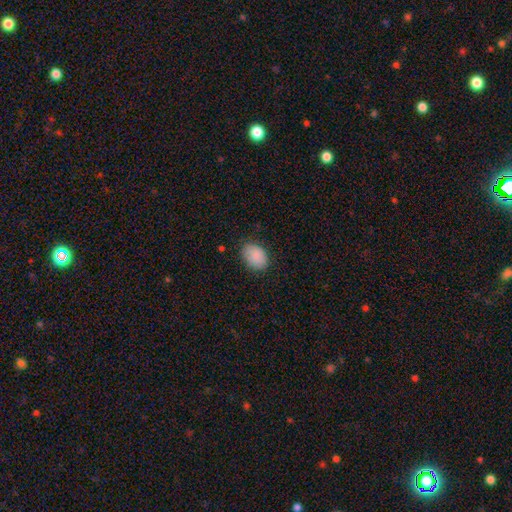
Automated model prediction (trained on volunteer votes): smooth-or-featured: smooth: 88% | star or artifact: 7% | featured or disk: 5%
  how-rounded: in between: 75% | round: 24% | cigar-shaped: 1%
  merging: none: 79% | minor disturbance: 16% | major disturbance: 3% | merger: 1%